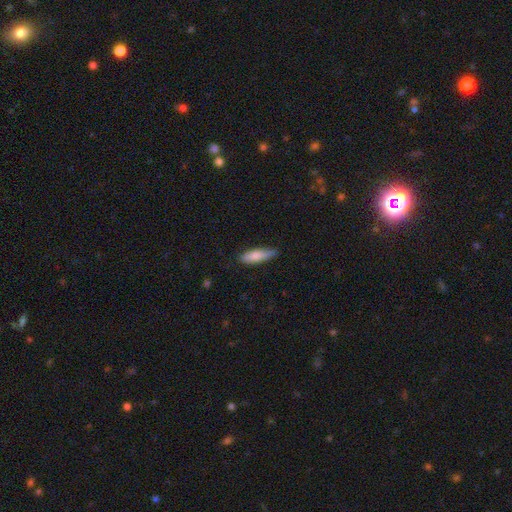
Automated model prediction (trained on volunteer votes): smooth_or_featured: smooth (p=0.79) [alt: featured or disk p=0.15]
how_rounded: cigar-shaped (p=0.55) [alt: in between p=0.44]
merging: none (p=0.72) [alt: minor disturbance p=0.24]